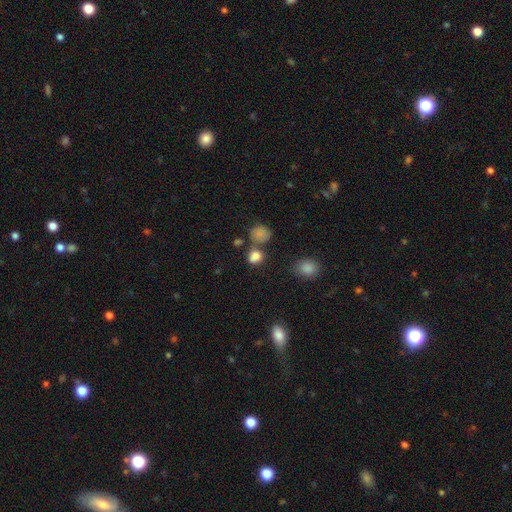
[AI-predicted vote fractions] Smooth or featured? smooth (79%)
How rounded? round (59%)
Merging? none (54%)